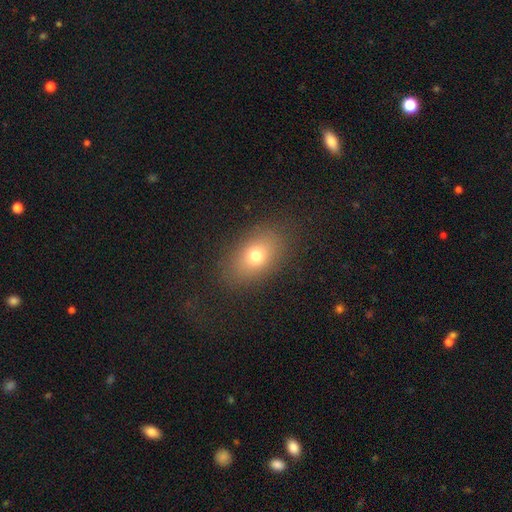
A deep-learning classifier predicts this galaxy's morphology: smooth-or-featured: smooth: 73% | featured or disk: 14% | star or artifact: 13%
  how-rounded: in between: 78% | round: 20% | cigar-shaped: 2%
  merging: none: 85% | minor disturbance: 10% | major disturbance: 5% | merger: 1%